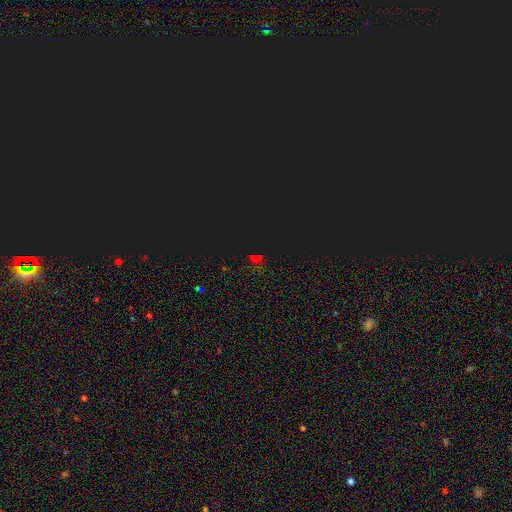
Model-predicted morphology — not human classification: Smooth or featured? star or artifact (74%)